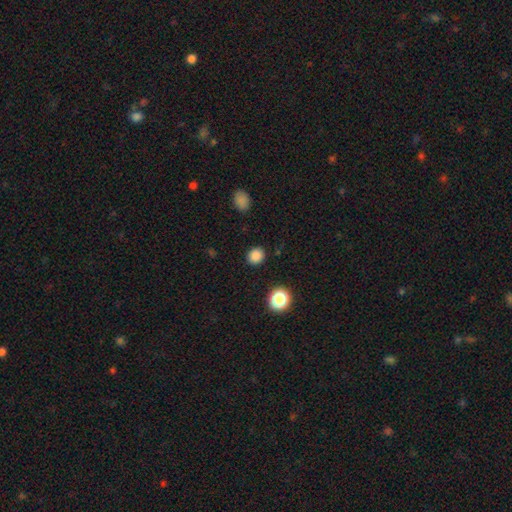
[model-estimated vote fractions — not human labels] Morphology: type=smooth (84%); roundness=round (80%); merging=none (89%).